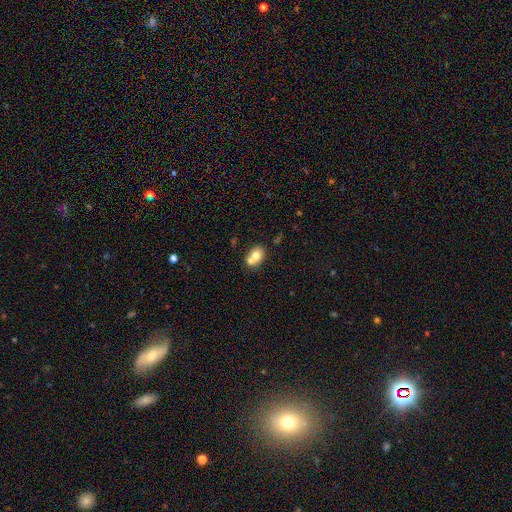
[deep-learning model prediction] Smooth or featured? smooth (72%)
How rounded? in between (54%)
Merging? merger (50%)